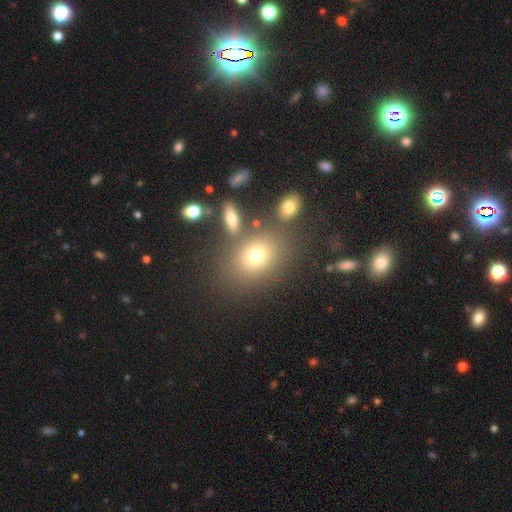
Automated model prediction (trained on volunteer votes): A smooth galaxy with no disk features (71%) that is in between round and cigar-shaped (51%).

Vote fractions:
- Smooth or featured? smooth: 71% / star or artifact: 15% / featured or disk: 13%
- How rounded? in between: 51% / round: 47% / cigar-shaped: 2%
- Merging? none: 72% / minor disturbance: 12% / merger: 11% / major disturbance: 6%